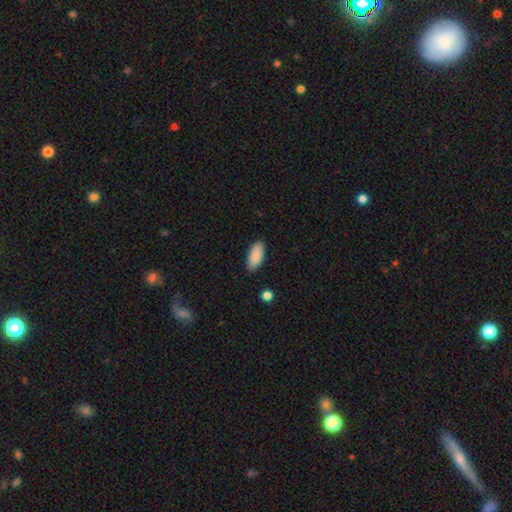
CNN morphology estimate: Smooth or featured: smooth — 90% (star or artifact — 6%)
How rounded: in between — 88% (cigar-shaped — 11%)
Merging: none — 88% (minor disturbance — 9%)